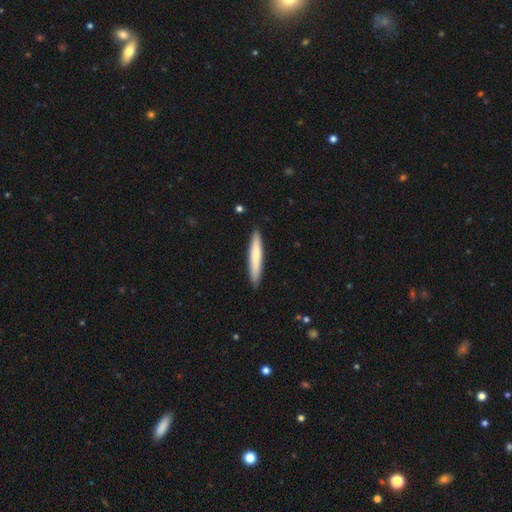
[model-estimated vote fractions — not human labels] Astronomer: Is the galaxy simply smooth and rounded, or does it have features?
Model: smooth — 71%.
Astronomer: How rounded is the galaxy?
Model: cigar-shaped — 94%.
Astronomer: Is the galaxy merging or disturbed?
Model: none — 90%.